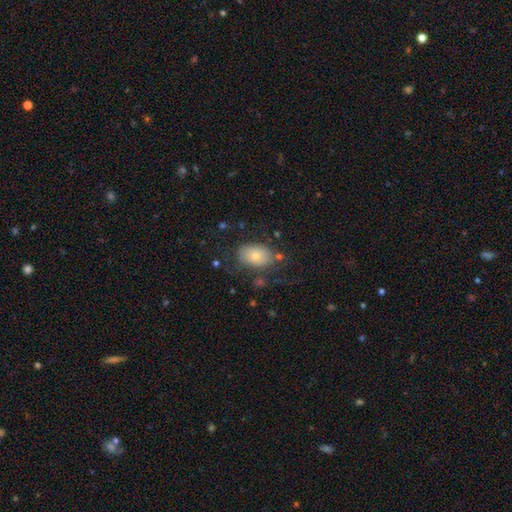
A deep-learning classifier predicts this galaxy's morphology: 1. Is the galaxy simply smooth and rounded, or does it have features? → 74% smooth, 17% featured or disk, 8% star or artifact.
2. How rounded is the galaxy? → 82% in between, 17% round, 1% cigar-shaped.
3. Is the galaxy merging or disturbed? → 68% none, 19% minor disturbance, 8% major disturbance, 4% merger.